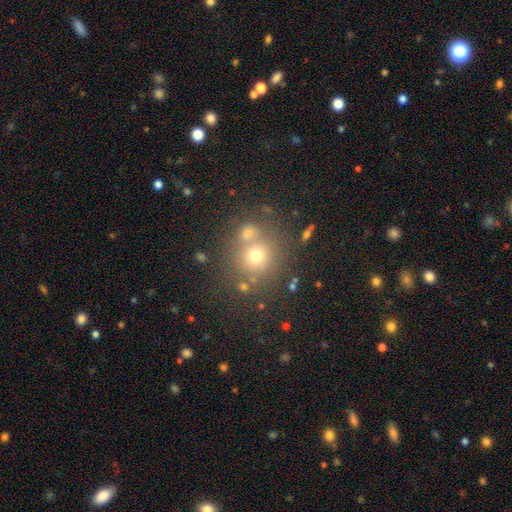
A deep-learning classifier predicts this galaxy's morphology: Smooth or featured?
  - smooth: 66% *
  - star or artifact: 20%
  - featured or disk: 14%
How rounded?
  - round: 87% *
  - in between: 12%
  - cigar-shaped: 1%
Merging?
  - none: 62% *
  - merger: 25%
  - minor disturbance: 9%
  - major disturbance: 4%